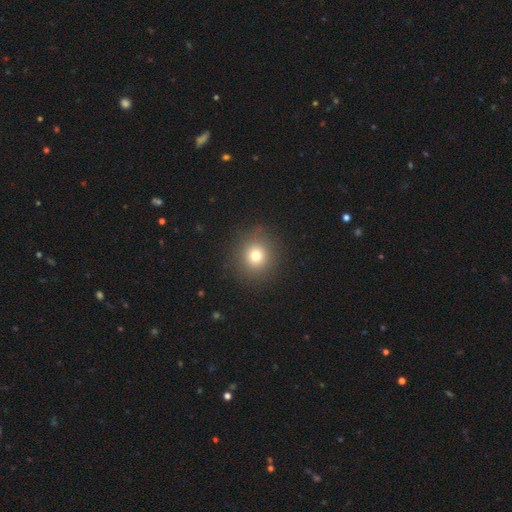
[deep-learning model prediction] This appears to be a smooth galaxy with no disk features (75%) that is round (89%). Merging: none (89%).